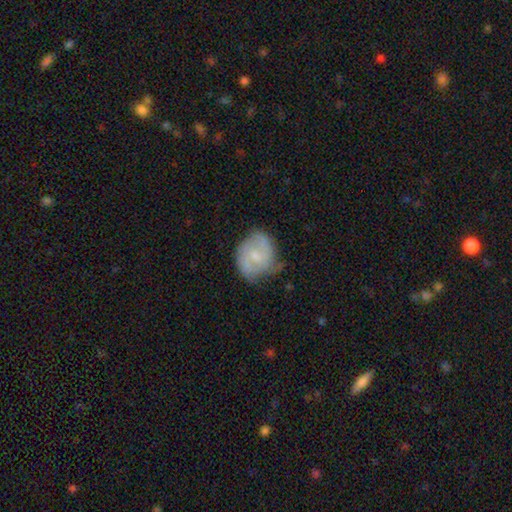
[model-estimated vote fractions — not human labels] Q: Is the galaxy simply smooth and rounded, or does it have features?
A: featured or disk — 56%.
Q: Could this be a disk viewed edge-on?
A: no — 97%.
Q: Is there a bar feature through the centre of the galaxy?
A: no — 52%.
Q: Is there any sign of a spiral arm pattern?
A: yes — 83%.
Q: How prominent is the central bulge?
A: small — 60%.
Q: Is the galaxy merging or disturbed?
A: none — 56%.